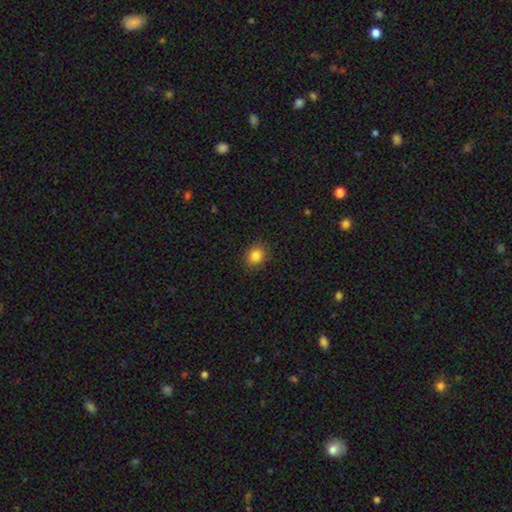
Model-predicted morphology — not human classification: Q: Smooth or featured?
A: smooth (85%); runner-up: star or artifact (11%)
Q: How rounded?
A: round (73%); runner-up: in between (26%)
Q: Merging?
A: none (88%); runner-up: minor disturbance (9%)